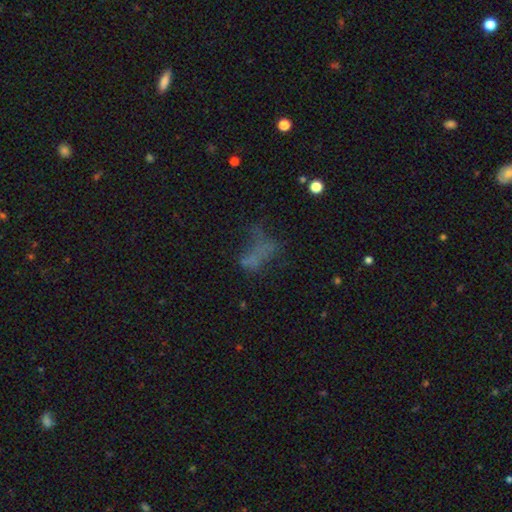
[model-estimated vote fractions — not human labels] smooth-or-featured: smooth: 40% | featured or disk: 32% | star or artifact: 28%
  merging: none: 36% | major disturbance: 35% | minor disturbance: 17% | merger: 12%